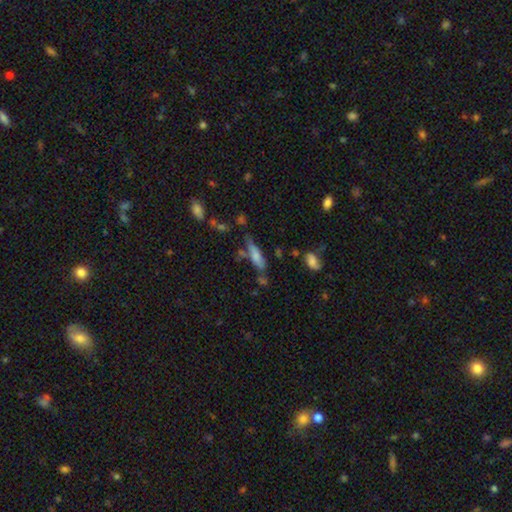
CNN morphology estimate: type=smooth (69%); roundness=cigar-shaped (59%); merging=none (53%).